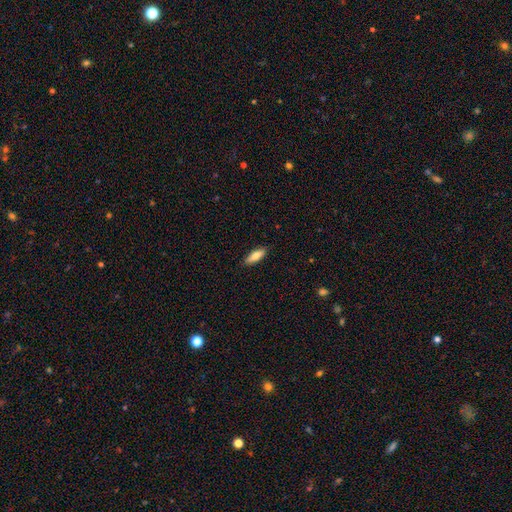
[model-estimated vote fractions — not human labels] This appears to be a smooth galaxy with no disk features (78%) that is in between round and cigar-shaped (59%). Merging: none (87%).